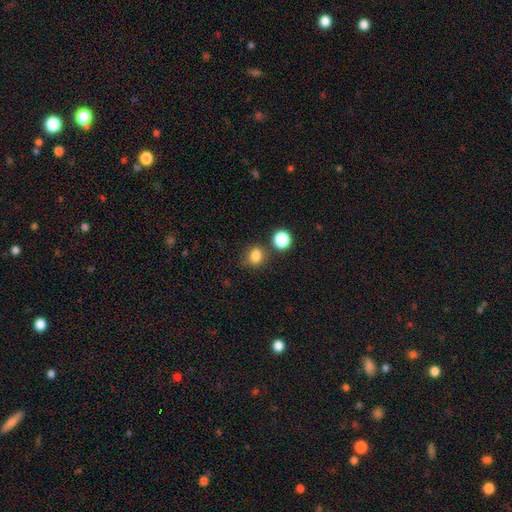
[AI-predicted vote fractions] Smooth or featured? smooth (81%)
How rounded? round (71%)
Merging? none (71%)